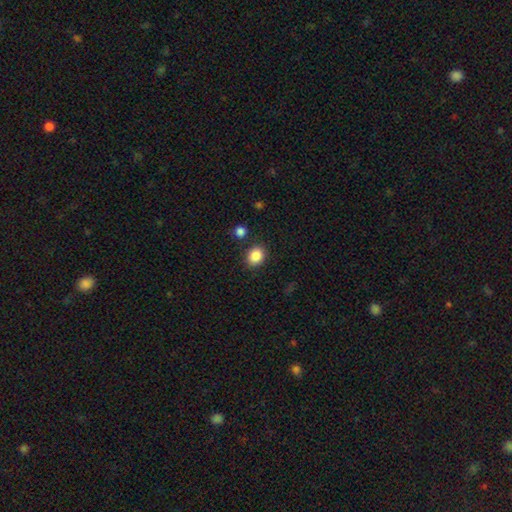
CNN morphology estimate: Q: Smooth or featured?
A: smooth (87%); runner-up: star or artifact (9%)
Q: How rounded?
A: round (54%); runner-up: in between (45%)
Q: Merging?
A: none (85%); runner-up: minor disturbance (9%)